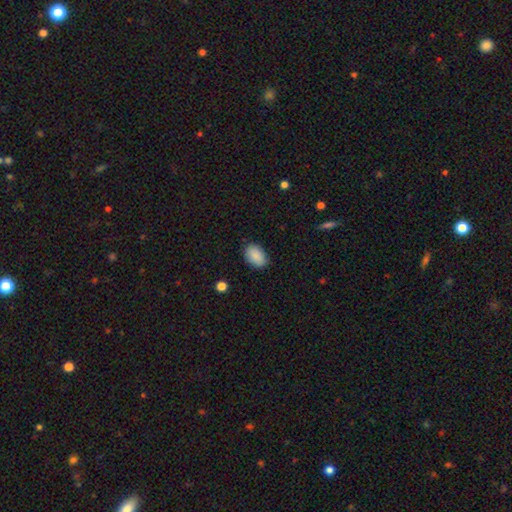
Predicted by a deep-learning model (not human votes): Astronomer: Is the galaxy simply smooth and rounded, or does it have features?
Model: smooth — 88%.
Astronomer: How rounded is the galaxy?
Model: in between — 88%.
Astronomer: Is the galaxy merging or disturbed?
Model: none — 85%.